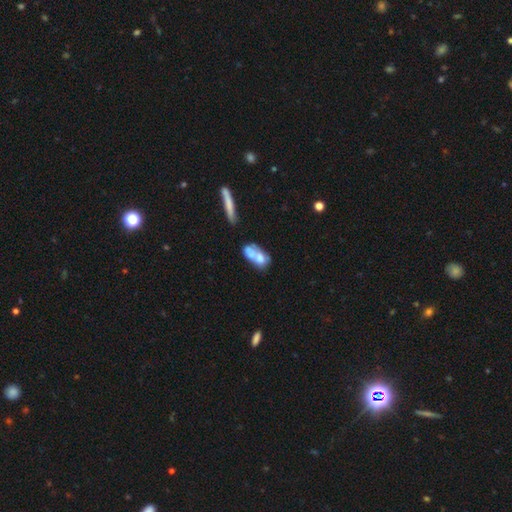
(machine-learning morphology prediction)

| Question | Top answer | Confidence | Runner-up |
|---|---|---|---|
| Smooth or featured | smooth | 55% | featured or disk (36%) |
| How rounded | in between | 80% | round (13%) |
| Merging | merger | 51% | none (24%) |